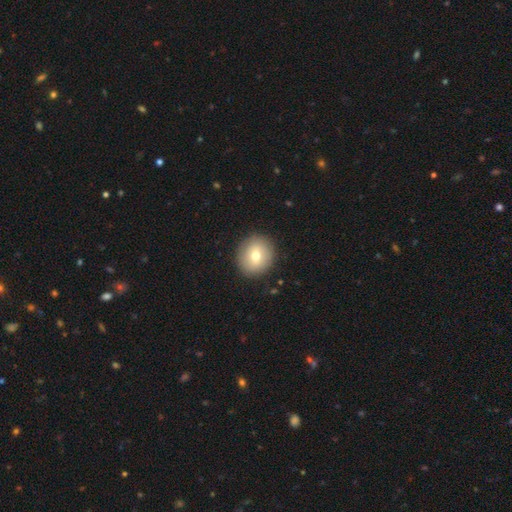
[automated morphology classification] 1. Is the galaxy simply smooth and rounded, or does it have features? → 72% smooth, 19% featured or disk, 9% star or artifact.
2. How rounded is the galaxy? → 80% round, 19% in between, 1% cigar-shaped.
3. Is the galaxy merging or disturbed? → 89% none, 8% minor disturbance, 2% major disturbance, 1% merger.